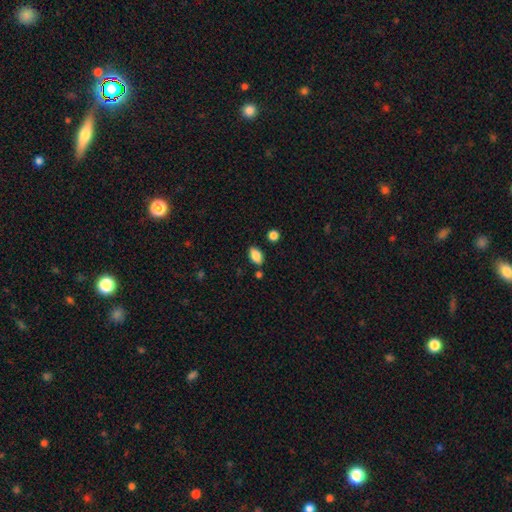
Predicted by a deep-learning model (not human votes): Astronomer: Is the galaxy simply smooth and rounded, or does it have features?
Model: smooth — 85%.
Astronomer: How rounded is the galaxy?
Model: in between — 89%.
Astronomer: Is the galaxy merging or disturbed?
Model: none — 81%.